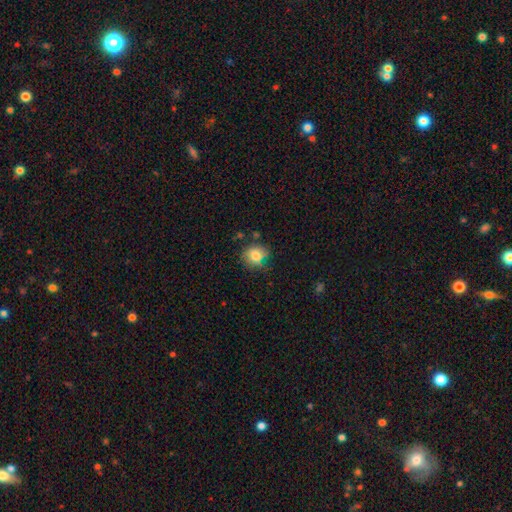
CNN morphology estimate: The model was most divided on "merging": none: 67%, minor disturbance: 22%, major disturbance: 6%, merger: 5%. More confident: smooth or featured — smooth (79%); how rounded — round (73%).